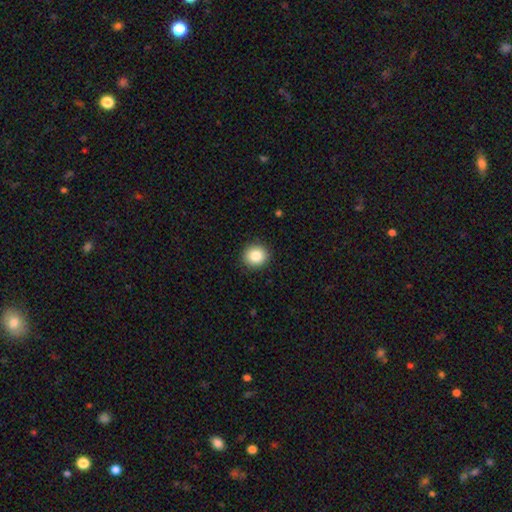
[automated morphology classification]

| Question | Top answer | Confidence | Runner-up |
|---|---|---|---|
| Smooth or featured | smooth | 85% | star or artifact (9%) |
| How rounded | round | 88% | in between (11%) |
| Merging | none | 91% | minor disturbance (6%) |